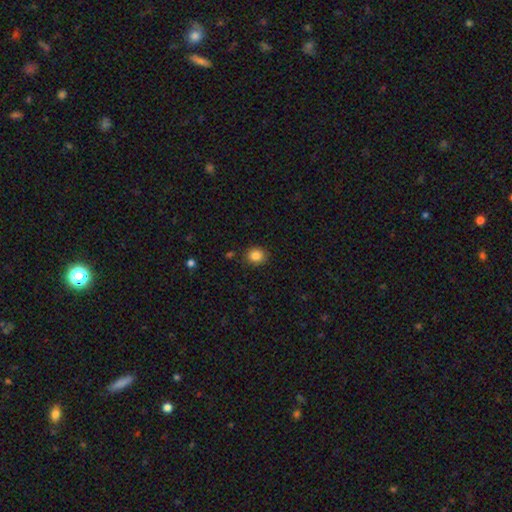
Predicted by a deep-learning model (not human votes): Smooth or featured?
  - smooth: 85% *
  - star or artifact: 10%
  - featured or disk: 5%
How rounded?
  - round: 81% *
  - in between: 19%
  - cigar-shaped: 1%
Merging?
  - none: 88% *
  - minor disturbance: 8%
  - major disturbance: 2%
  - merger: 2%